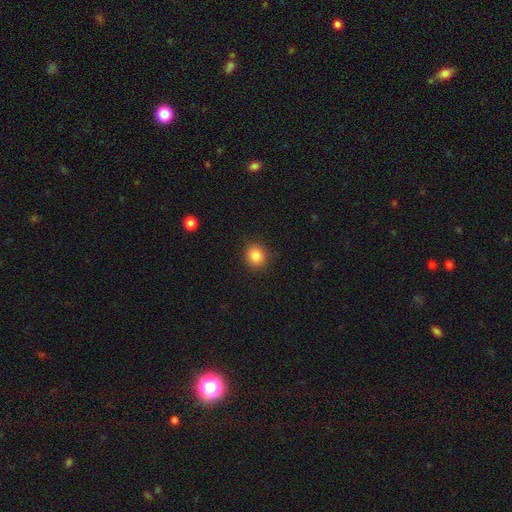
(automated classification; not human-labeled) The model was most divided on "how rounded": round: 83%, in between: 16%, cigar-shaped: 1%. More confident: merging — none (89%); smooth or featured — smooth (85%).